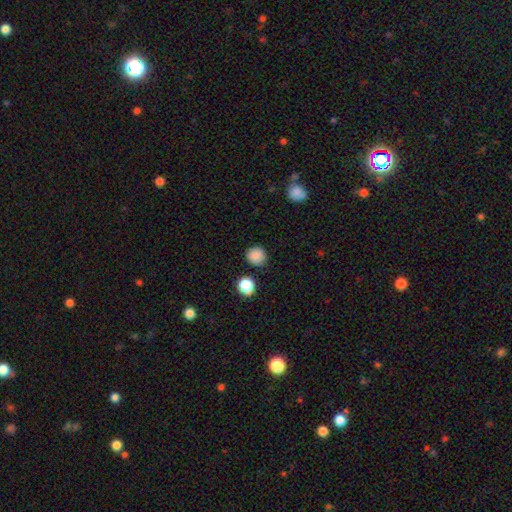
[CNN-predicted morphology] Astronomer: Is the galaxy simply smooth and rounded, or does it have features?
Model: smooth — 85%.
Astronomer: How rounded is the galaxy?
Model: round — 91%.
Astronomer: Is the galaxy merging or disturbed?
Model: none — 85%.